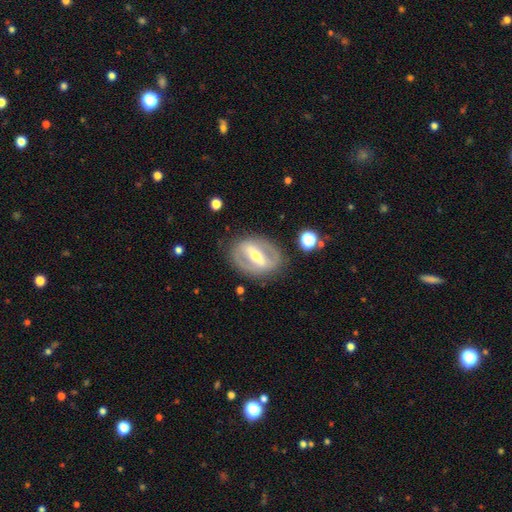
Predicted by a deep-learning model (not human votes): Q: Smooth or featured?
A: featured or disk (76%); runner-up: smooth (19%)
Q: Edge-on disk?
A: no (90%); runner-up: yes (10%)
Q: Bar?
A: strong (70%); runner-up: weak (20%)
Q: Spiral arms?
A: no (61%); runner-up: yes (39%)
Q: Bulge size?
A: moderate (61%); runner-up: small (32%)
Q: Merging?
A: none (80%); runner-up: minor disturbance (12%)